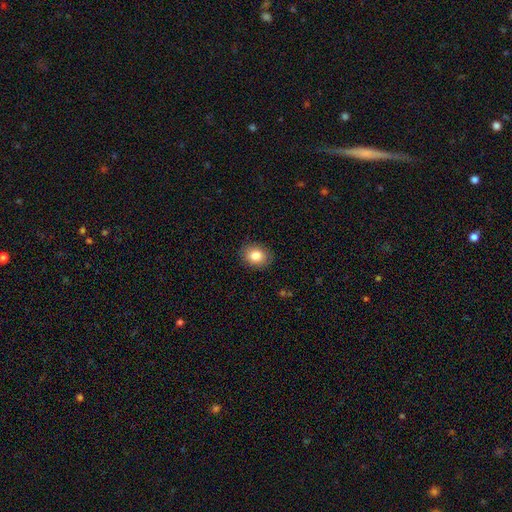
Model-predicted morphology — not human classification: Smooth or featured?
  - smooth: 84% *
  - star or artifact: 8%
  - featured or disk: 8%
How rounded?
  - round: 50% *
  - in between: 49%
  - cigar-shaped: 1%
Merging?
  - none: 88% *
  - minor disturbance: 9%
  - major disturbance: 2%
  - merger: 1%